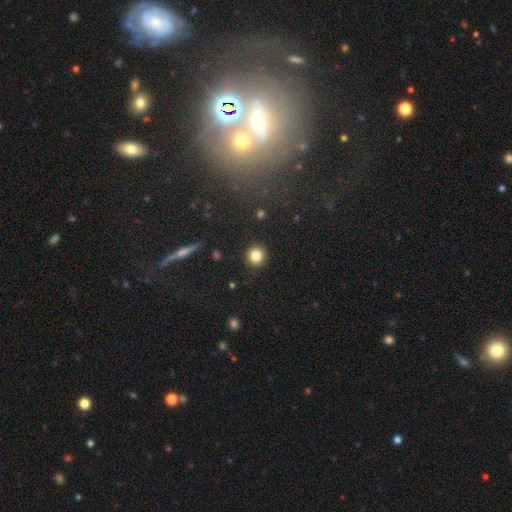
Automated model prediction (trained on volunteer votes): Smooth or featured? Predicted: smooth (p=0.83). How rounded? Predicted: round (p=0.93). Merging? Predicted: none (p=0.92).